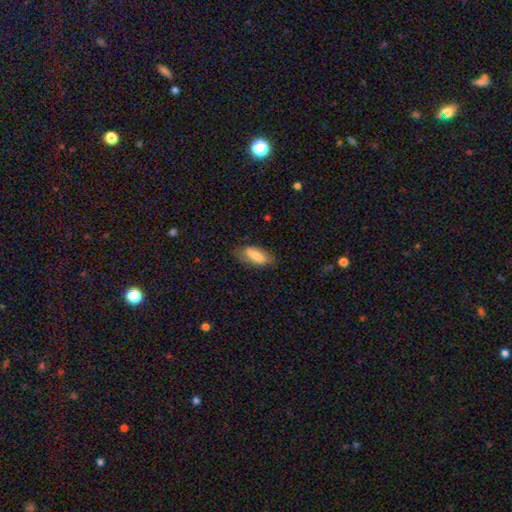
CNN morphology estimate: A smooth galaxy with no disk features (71%) that is in between round and cigar-shaped (80%). Merging: none (70%).